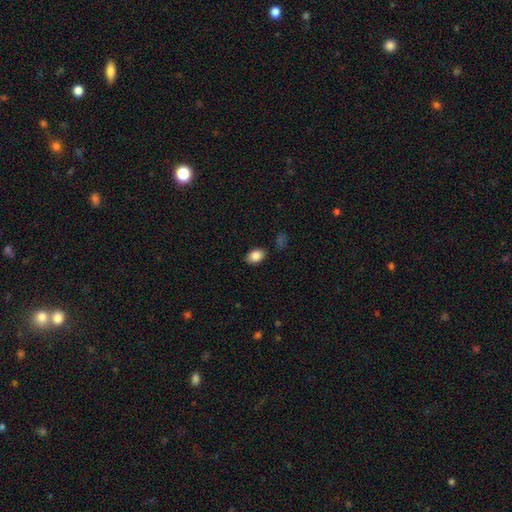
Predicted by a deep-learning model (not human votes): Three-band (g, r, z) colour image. It shows a smooth galaxy with no disk features (86%) that is in between round and cigar-shaped (86%). Merging: none (85%).